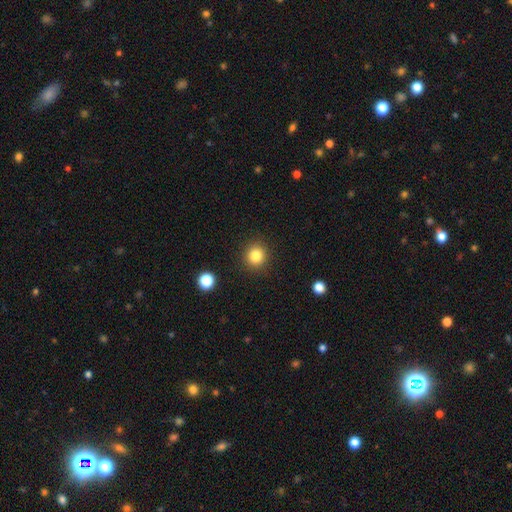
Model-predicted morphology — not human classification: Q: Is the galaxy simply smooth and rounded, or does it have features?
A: smooth — 83%.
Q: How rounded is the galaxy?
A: round — 91%.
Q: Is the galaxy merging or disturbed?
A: none — 90%.